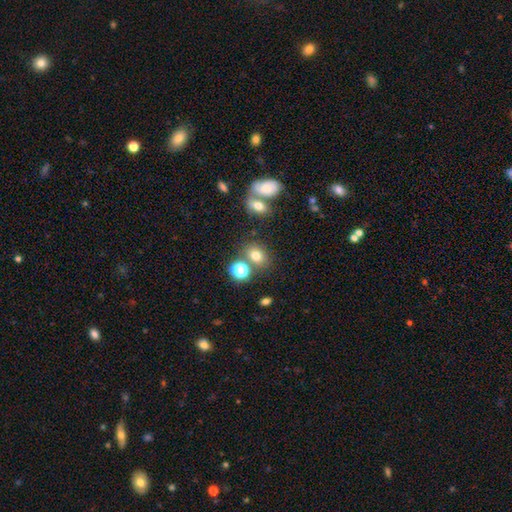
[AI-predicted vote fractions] The model was most divided on "how rounded": round: 52%, in between: 47%, cigar-shaped: 1%. More confident: smooth or featured — smooth (74%); merging — none (66%).